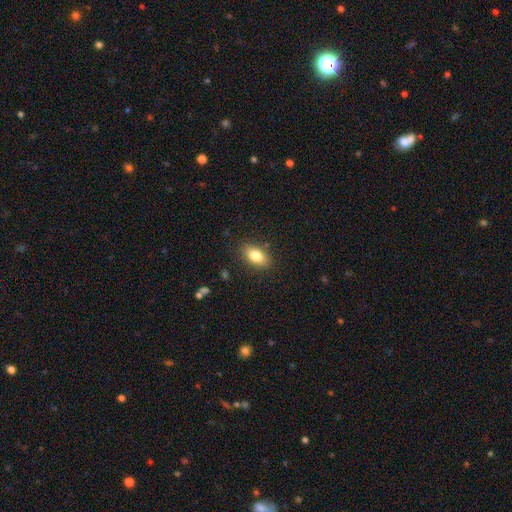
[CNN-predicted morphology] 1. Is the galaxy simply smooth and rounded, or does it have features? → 80% smooth, 12% featured or disk, 8% star or artifact.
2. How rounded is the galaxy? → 89% in between, 7% round, 4% cigar-shaped.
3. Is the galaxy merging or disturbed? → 85% none, 11% minor disturbance, 3% major disturbance, 1% merger.